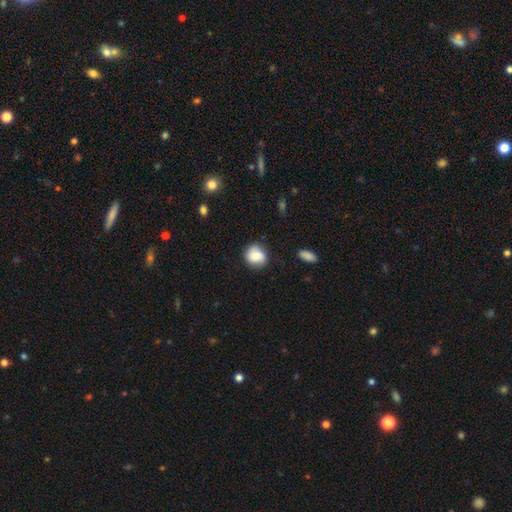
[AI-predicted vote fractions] smooth 73%, featured or disk 19%, star or artifact 9%. Down the decision tree: how rounded — round (80%); merging — none (77%).